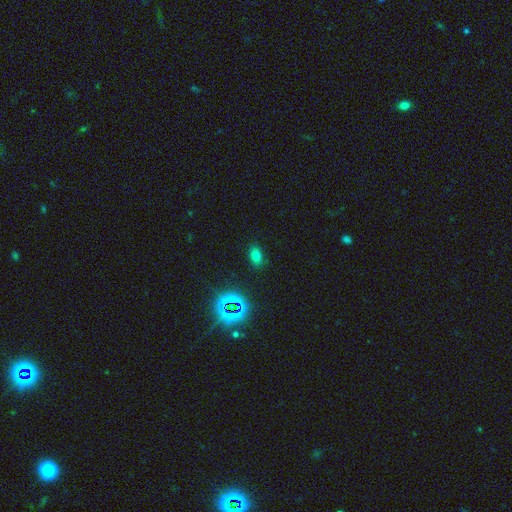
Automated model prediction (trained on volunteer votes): Overall: smooth (67%). How rounded: in between (82%). Merging: none (86%).